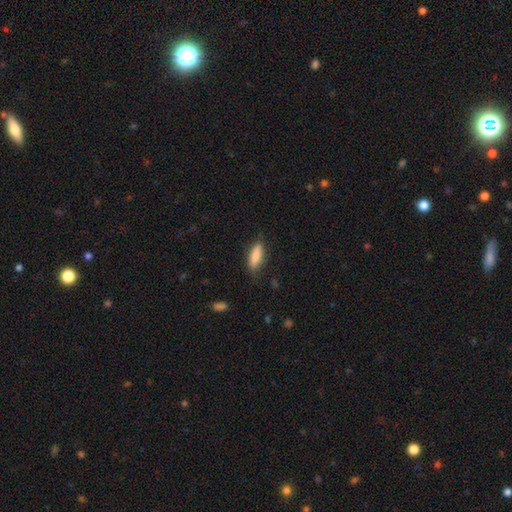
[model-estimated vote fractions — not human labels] This appears to be a smooth galaxy with no disk features (84%) that is in between round and cigar-shaped (52%). Merging: none (79%).